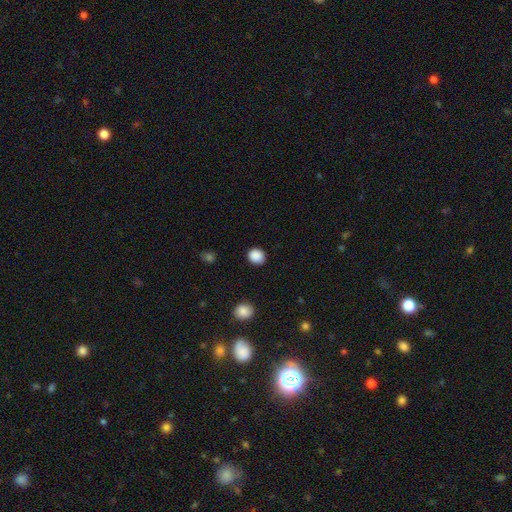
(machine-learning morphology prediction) The model was most divided on "how rounded": round: 78%, in between: 21%, cigar-shaped: 1%. More confident: merging — none (90%); smooth or featured — smooth (89%).